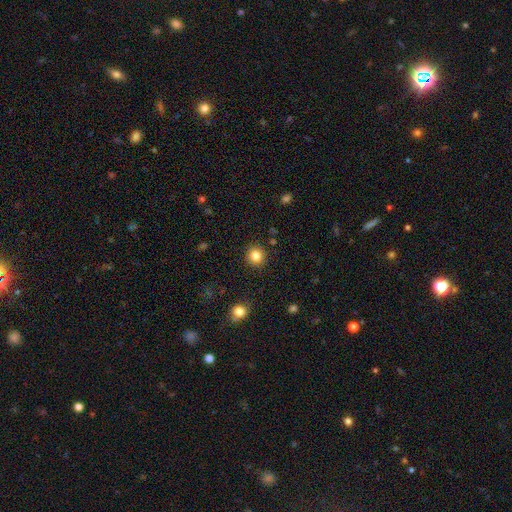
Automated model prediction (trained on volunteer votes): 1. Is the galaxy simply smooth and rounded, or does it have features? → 85% smooth, 11% star or artifact, 4% featured or disk.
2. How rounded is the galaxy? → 89% round, 10% in between, 1% cigar-shaped.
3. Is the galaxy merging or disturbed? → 90% none, 6% minor disturbance, 2% major disturbance, 1% merger.